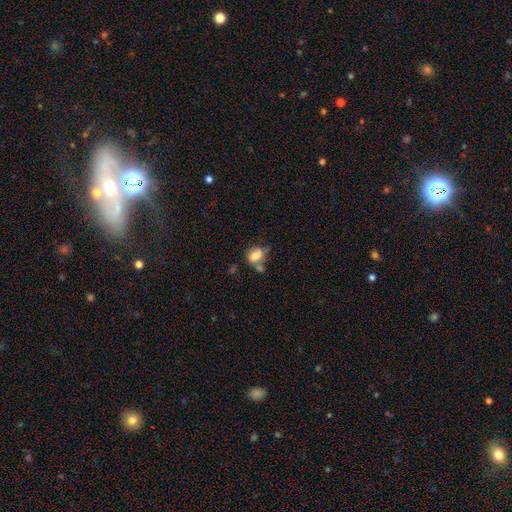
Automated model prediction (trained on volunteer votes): The model was most divided on "merging": none: 34%, merger: 29%, minor disturbance: 23%, major disturbance: 14%. More confident: smooth or featured — smooth (67%); how rounded — in between (64%).